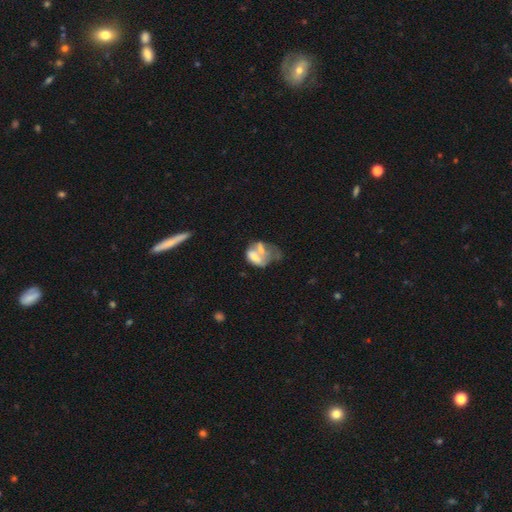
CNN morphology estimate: The model was most divided on "smooth or featured" (2-way tie): smooth: 45%, featured or disk: 45%, star or artifact: 10%. Remaining: merging — merger (49%).